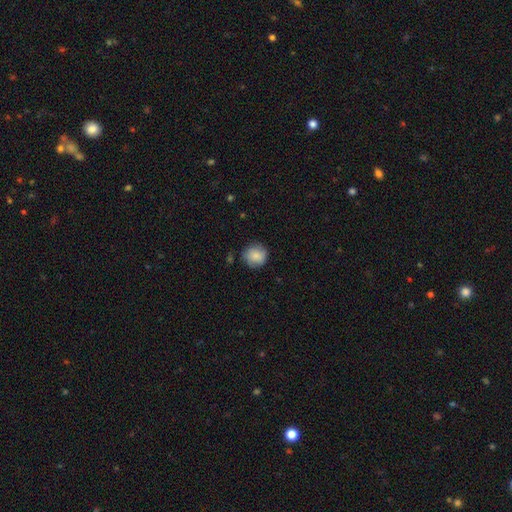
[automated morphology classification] A smooth galaxy with no disk features (83%) that is round (90%). Merging: none (80%).